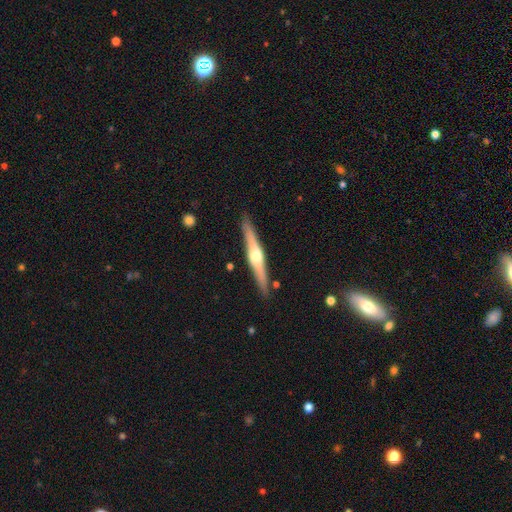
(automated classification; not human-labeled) featured or disk 72%, smooth 23%, star or artifact 5%. Down the decision tree: edge-on disk — yes (98%); edge-on bulge — rounded (91%); merging — none (89%).